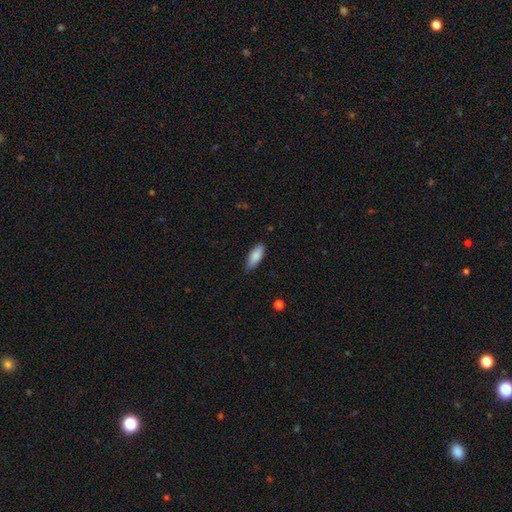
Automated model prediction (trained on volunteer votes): Smooth or featured? smooth (85%)
How rounded? in between (70%)
Merging? none (82%)